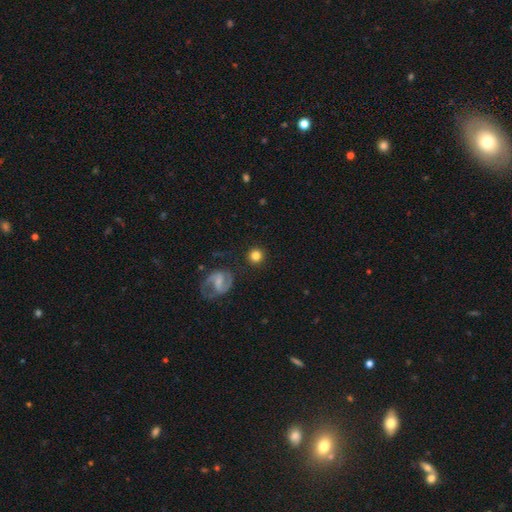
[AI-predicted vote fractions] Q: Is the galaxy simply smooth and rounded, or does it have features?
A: smooth — 73%.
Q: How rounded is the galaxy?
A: round — 94%.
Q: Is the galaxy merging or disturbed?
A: none — 86%.